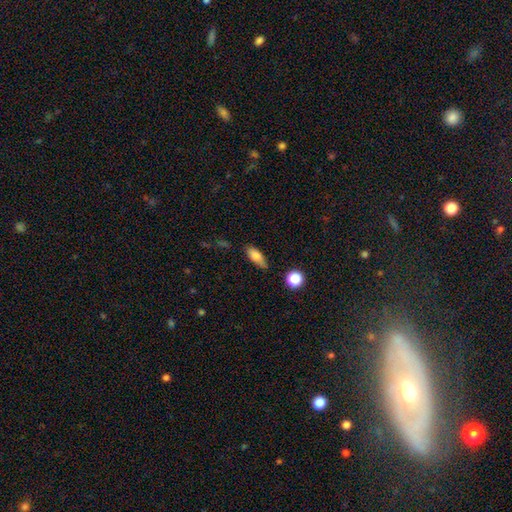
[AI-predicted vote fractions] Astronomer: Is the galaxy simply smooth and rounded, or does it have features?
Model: smooth — 79%.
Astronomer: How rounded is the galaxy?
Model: in between — 72%.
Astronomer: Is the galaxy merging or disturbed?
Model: none — 72%.